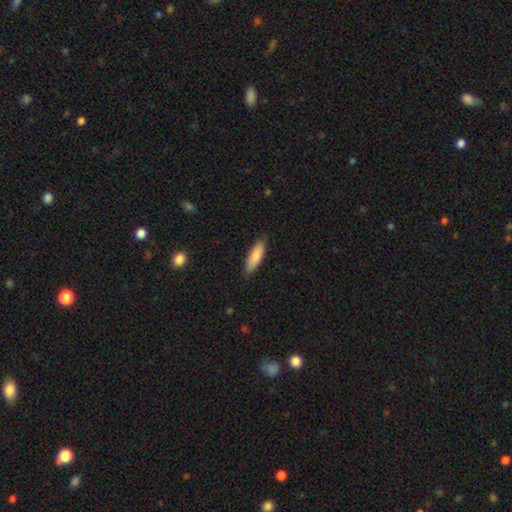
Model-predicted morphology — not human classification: Overall: smooth (83%). How rounded: cigar-shaped (52%; in between 47%). Merging: none (84%).